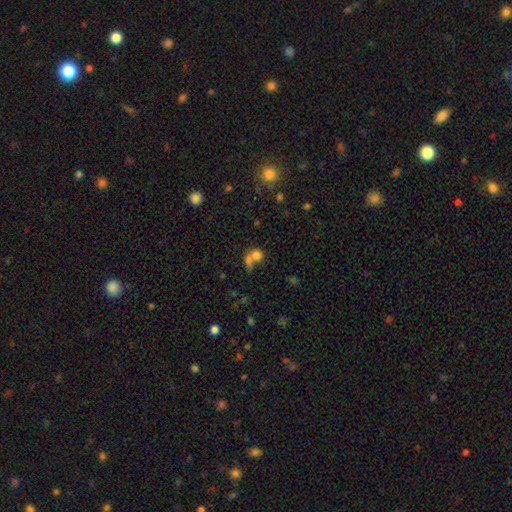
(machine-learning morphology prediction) This appears to be a smooth galaxy with no disk features (73%) that is round (68%). Merging: merger (54%).